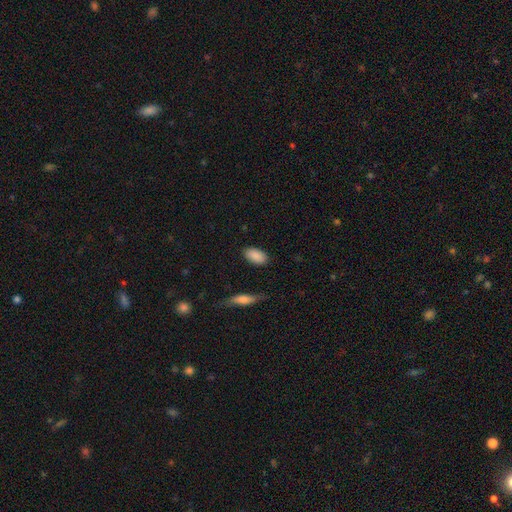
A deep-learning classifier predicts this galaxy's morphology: Smooth or featured: smooth — 89% (star or artifact — 7%)
How rounded: in between — 93% (round — 4%)
Merging: none — 85% (minor disturbance — 11%)